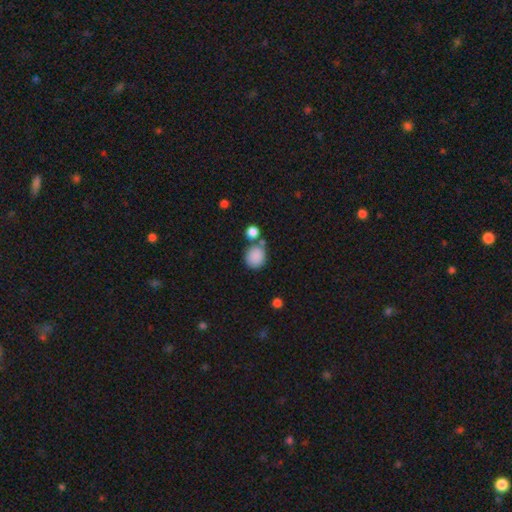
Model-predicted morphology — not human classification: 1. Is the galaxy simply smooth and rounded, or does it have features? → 87% smooth, 9% star or artifact, 5% featured or disk.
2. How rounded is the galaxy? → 81% round, 18% in between, 1% cigar-shaped.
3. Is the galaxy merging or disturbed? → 66% none, 17% merger, 12% minor disturbance, 4% major disturbance.